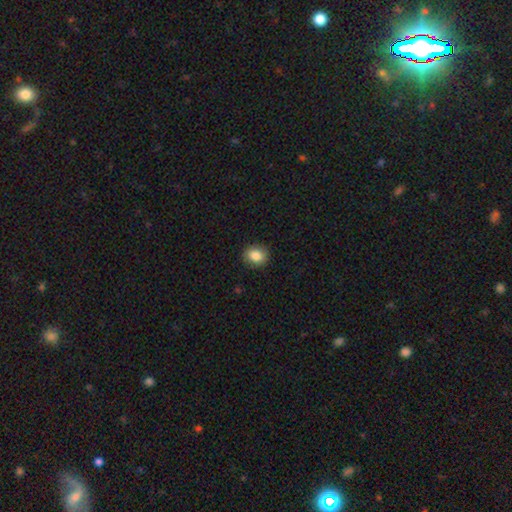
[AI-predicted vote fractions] smooth-or-featured: smooth: 85% | star or artifact: 9% | featured or disk: 6%
  how-rounded: round: 65% | in between: 34% | cigar-shaped: 1%
  merging: none: 90% | minor disturbance: 7% | major disturbance: 2% | merger: 1%